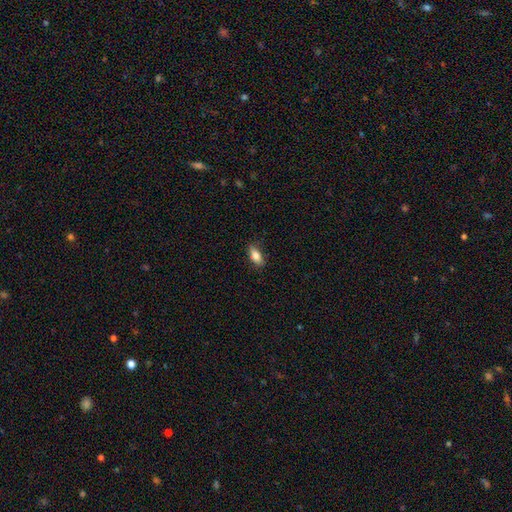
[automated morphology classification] Q: Smooth or featured?
A: smooth (77%); runner-up: featured or disk (16%)
Q: How rounded?
A: in between (79%); runner-up: cigar-shaped (18%)
Q: Merging?
A: none (82%); runner-up: minor disturbance (14%)